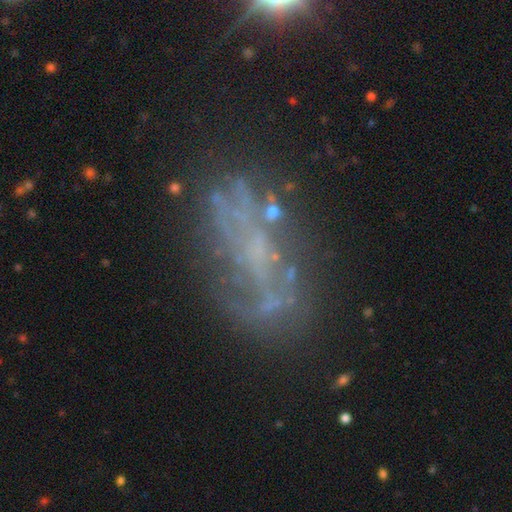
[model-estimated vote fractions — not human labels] Morphology: type=featured or disk (62%); edge-on=no (90%); bar=no (75%); spiral arms=no (70%); bulge=none (75%); merging=none (52%).